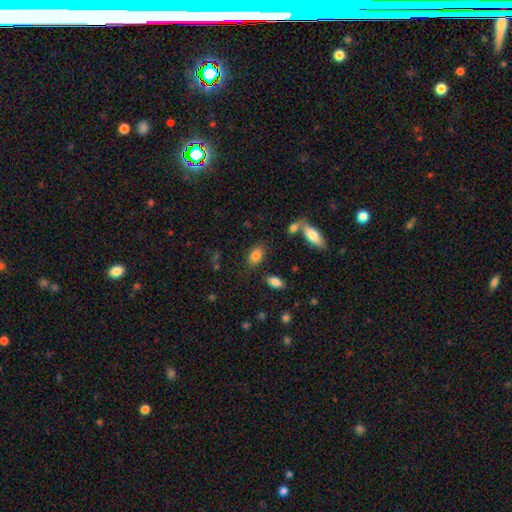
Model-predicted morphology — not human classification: Smooth or featured? Predicted: smooth (p=0.83). How rounded? Predicted: in between (p=0.88). Merging? Predicted: none (p=0.76).